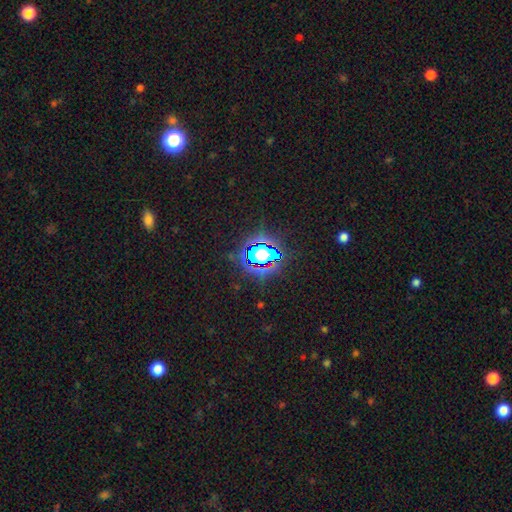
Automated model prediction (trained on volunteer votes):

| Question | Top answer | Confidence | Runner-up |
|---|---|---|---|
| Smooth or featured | star or artifact | 79% | smooth (14%) |